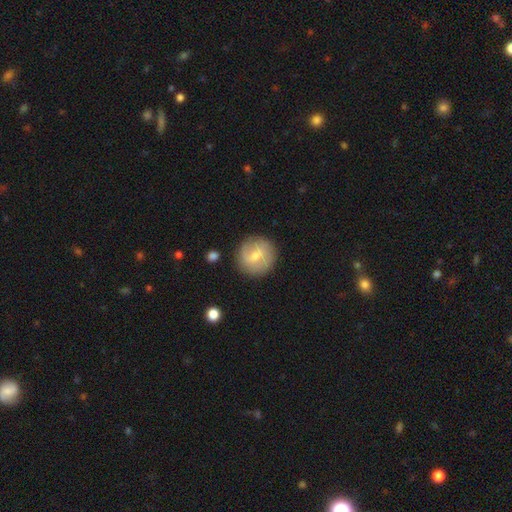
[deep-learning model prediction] This is possibly a smooth galaxy (48%). Merging: clearly none (84%).